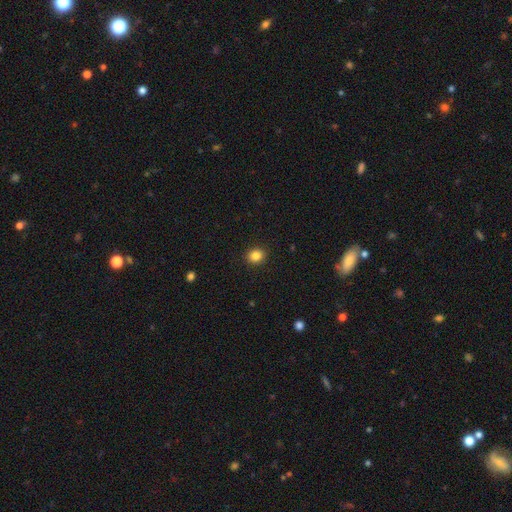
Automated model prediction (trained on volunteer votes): Overall: smooth (85%). How rounded: round (72%). Merging: none (92%).